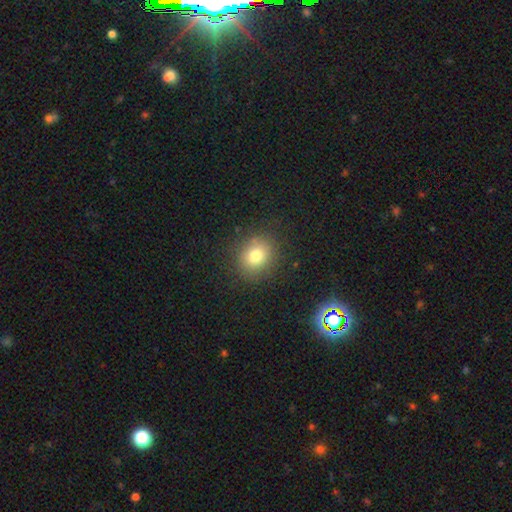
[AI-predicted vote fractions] A smooth galaxy with no disk features (77%) that is round (73%).

Vote fractions:
- Smooth or featured? smooth: 77% / star or artifact: 13% / featured or disk: 10%
- How rounded? round: 73% / in between: 26% / cigar-shaped: 1%
- Merging? none: 85% / minor disturbance: 10% / major disturbance: 4% / merger: 1%